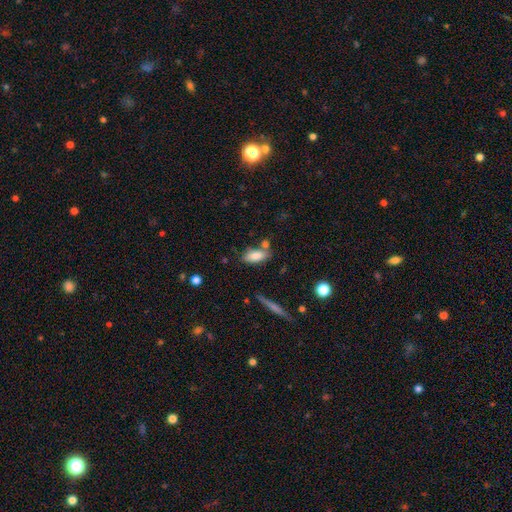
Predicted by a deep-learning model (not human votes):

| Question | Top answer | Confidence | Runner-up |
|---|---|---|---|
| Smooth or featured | smooth | 81% | featured or disk (11%) |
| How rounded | in between | 82% | cigar-shaped (15%) |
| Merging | none | 65% | merger (15%) |